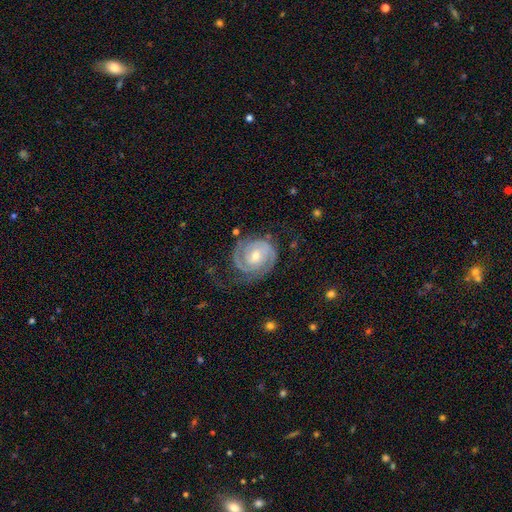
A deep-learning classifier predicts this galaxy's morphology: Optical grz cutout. It shows a featured or disk galaxy (88%) with no bar (48%), 2 (68%) tight (70%) spiral arms (97%) and a moderate central bulge (50%). Merging: none (65%).